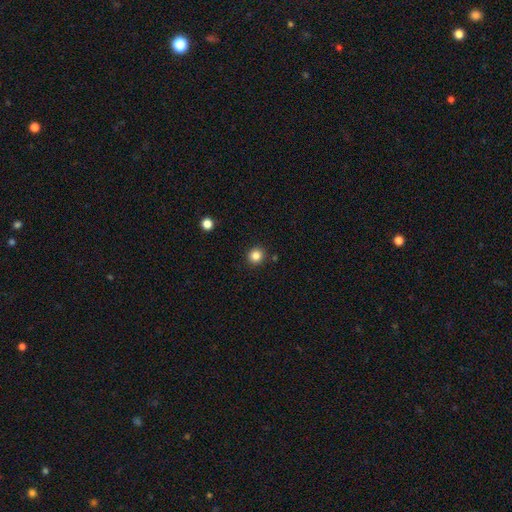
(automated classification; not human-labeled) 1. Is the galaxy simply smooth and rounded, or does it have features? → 84% smooth, 12% star or artifact, 5% featured or disk.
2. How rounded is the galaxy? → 92% round, 7% in between, 1% cigar-shaped.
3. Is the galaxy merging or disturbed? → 90% none, 6% minor disturbance, 2% merger, 2% major disturbance.